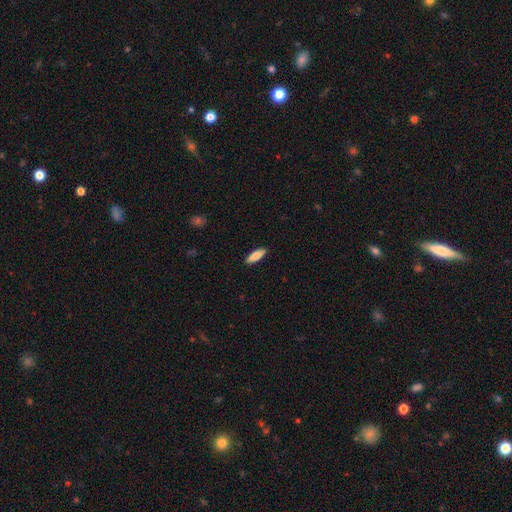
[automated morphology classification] Smooth or featured? smooth (82%)
How rounded? in between (60%)
Merging? none (90%)